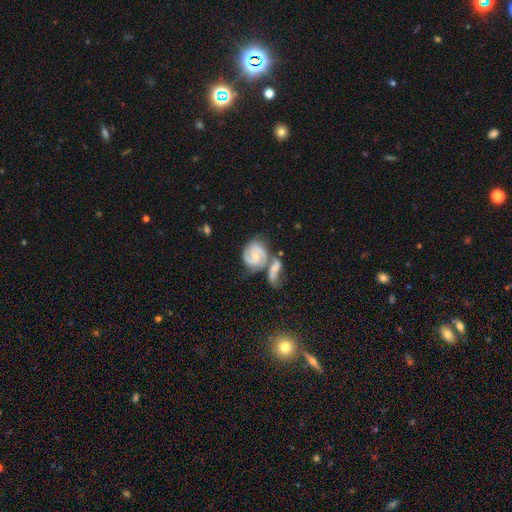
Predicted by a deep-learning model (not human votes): smooth-or-featured: featured or disk: 83% | smooth: 12% | star or artifact: 5%
  disk-edge-on: no: 97% | yes: 3%
    bar: no: 59% | weak: 32% | strong: 9%
    has-spiral-arms: yes: 95% | no: 5%
      spiral-winding: tight: 52% | medium: 38% | loose: 10%
      spiral-arm-count: 2: 79% | can't tell: 8% | 3: 6% | 1: 4% | 4: 2% | more than 4: 1%
    bulge-size: moderate: 53% | small: 42% | none: 2% | large: 2% | dominant: 1%
  merging: merger: 48% | none: 29% | minor disturbance: 14% | major disturbance: 9%